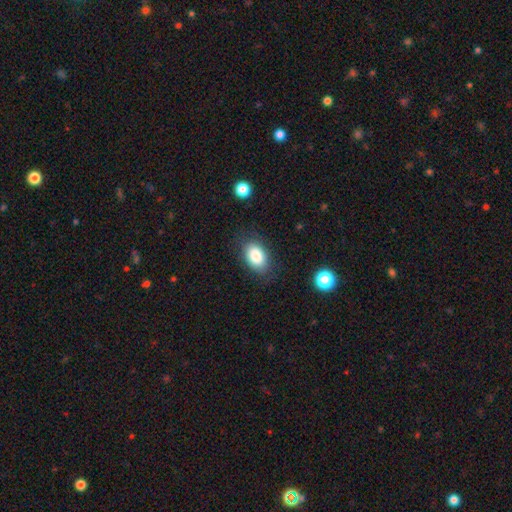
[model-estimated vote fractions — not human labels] The model was most divided on "merging": none: 81%, minor disturbance: 13%, major disturbance: 4%, merger: 1%. More confident: how rounded — in between (89%); smooth or featured — smooth (85%).